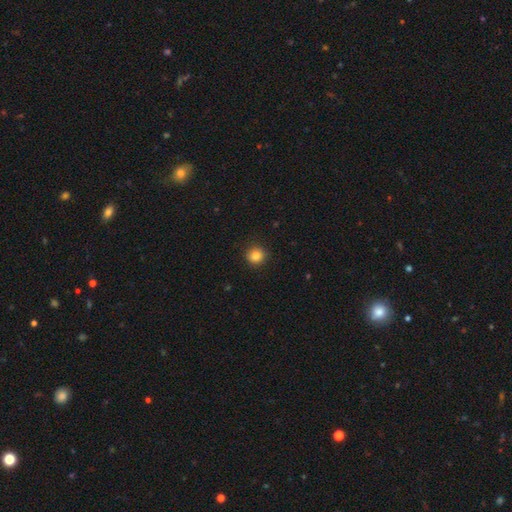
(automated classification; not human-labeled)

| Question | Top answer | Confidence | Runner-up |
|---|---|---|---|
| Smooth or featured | smooth | 85% | star or artifact (11%) |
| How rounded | round | 90% | in between (9%) |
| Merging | none | 90% | minor disturbance (7%) |